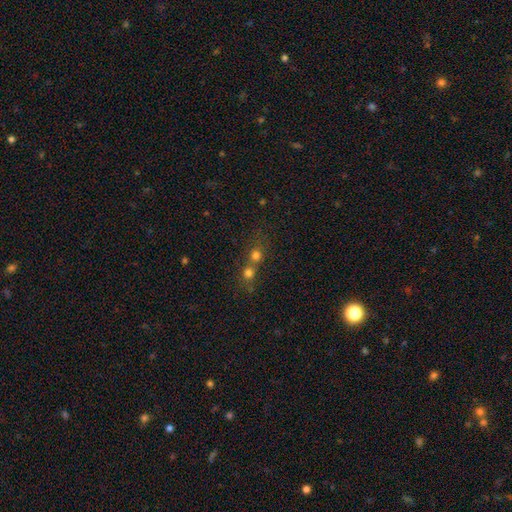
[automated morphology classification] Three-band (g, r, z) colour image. It shows a smooth galaxy with no disk features (63%) that is round (84%). Merging: merger (56%).